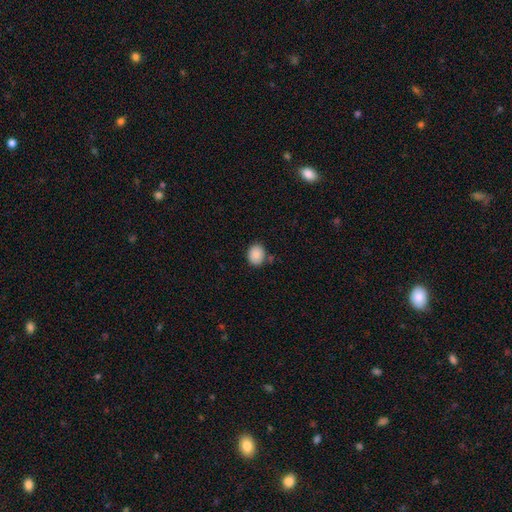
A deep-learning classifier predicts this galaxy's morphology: The model was most divided on "how rounded": round: 57%, in between: 43%, cigar-shaped: 1%. More confident: smooth or featured — smooth (88%); merging — none (80%).